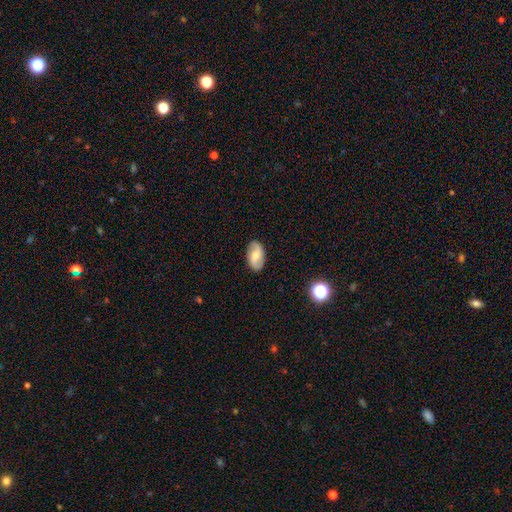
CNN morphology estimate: This appears to be a featured or disk galaxy (58%) with a weak bar (45%), 2 (91%) loose (51%) spiral arms (92%) and a moderate central bulge (46%). Merging: none (86%).